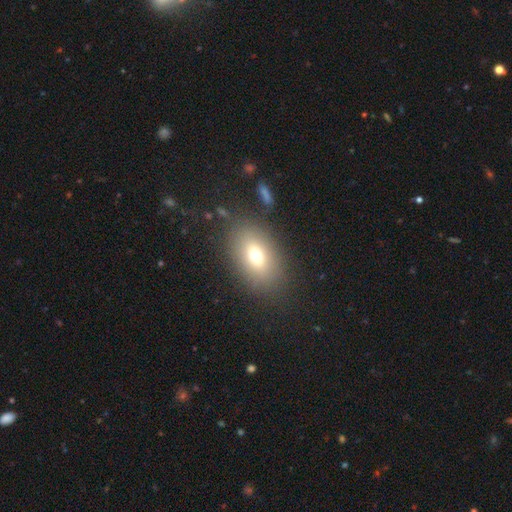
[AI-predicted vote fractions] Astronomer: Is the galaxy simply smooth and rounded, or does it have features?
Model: smooth — 71%.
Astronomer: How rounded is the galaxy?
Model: in between — 86%.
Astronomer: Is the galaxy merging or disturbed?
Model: none — 82%.